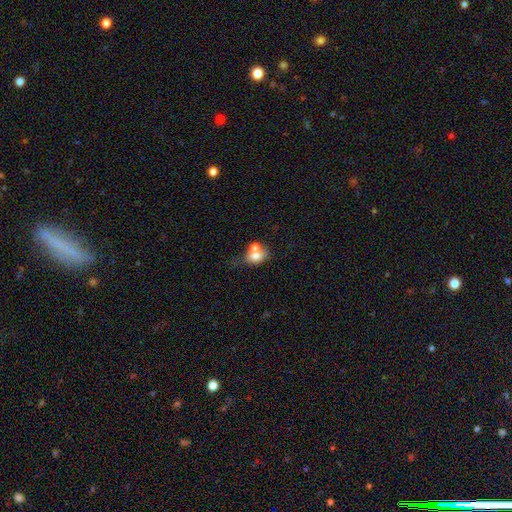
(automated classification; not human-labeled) Q: Smooth or featured?
A: smooth (68%); runner-up: featured or disk (22%)
Q: How rounded?
A: in between (61%); runner-up: round (37%)
Q: Merging?
A: merger (55%); runner-up: none (25%)